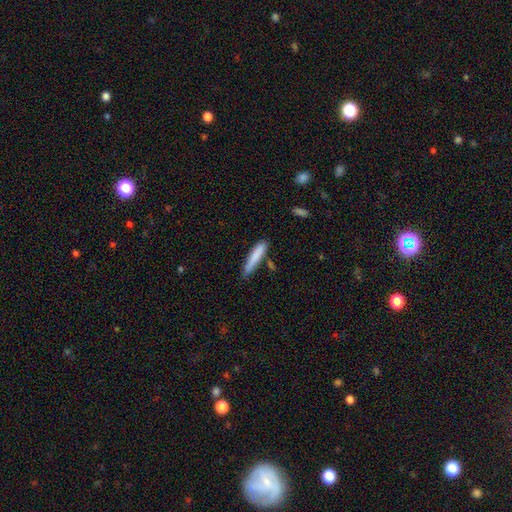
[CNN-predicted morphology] Q: Smooth or featured?
A: smooth (82%); runner-up: featured or disk (12%)
Q: How rounded?
A: cigar-shaped (88%); runner-up: in between (11%)
Q: Merging?
A: none (69%); runner-up: minor disturbance (22%)